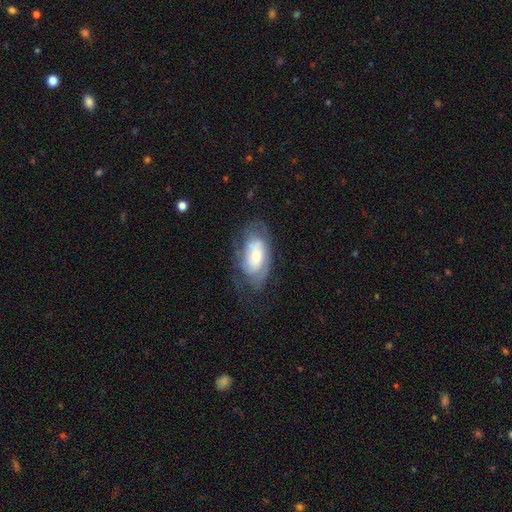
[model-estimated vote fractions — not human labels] A featured or disk galaxy (63%) with no bar (63%), spiral arms (77%) and a moderate central bulge (47%).

Vote fractions:
- Smooth or featured? featured or disk: 63% / smooth: 30% / star or artifact: 7%
- Edge-on disk? no: 93% / yes: 7%
- Bar? no: 63% / weak: 30% / strong: 8%
- Spiral arms? yes: 77% / no: 23%
- Bulge size? moderate: 47% / small: 39% / large: 10% / none: 2% / dominant: 2%
- Merging? none: 59% / minor disturbance: 24% / major disturbance: 15% / merger: 2%